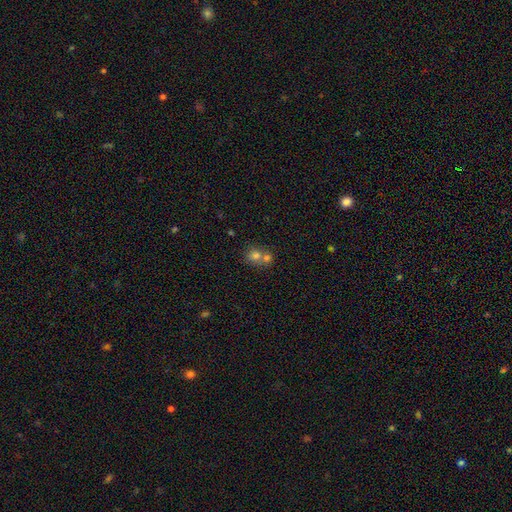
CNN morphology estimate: Q: Smooth or featured?
A: smooth (74%); runner-up: featured or disk (14%)
Q: How rounded?
A: round (72%); runner-up: in between (27%)
Q: Merging?
A: merger (56%); runner-up: none (35%)